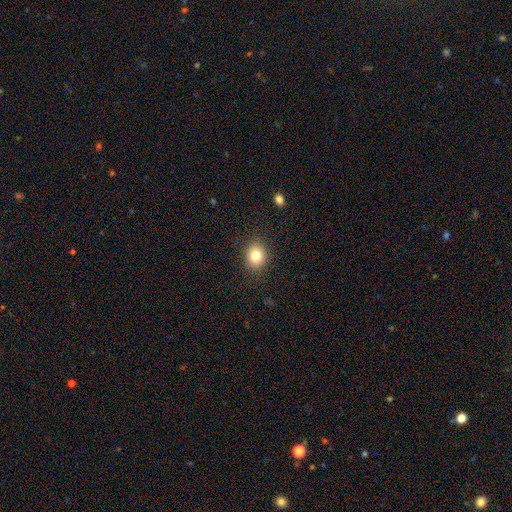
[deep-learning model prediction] Smooth or featured?
  - smooth: 80% *
  - star or artifact: 11%
  - featured or disk: 9%
How rounded?
  - round: 68% *
  - in between: 31%
  - cigar-shaped: 1%
Merging?
  - none: 88% *
  - minor disturbance: 8%
  - major disturbance: 3%
  - merger: 1%